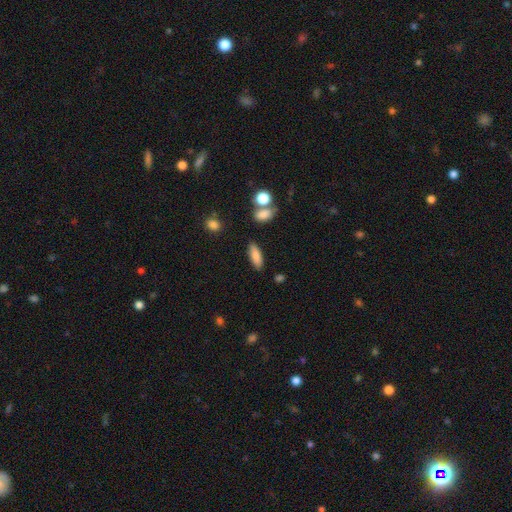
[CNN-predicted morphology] The model was most divided on "how rounded": in between: 63%, cigar-shaped: 34%, round: 3%. More confident: smooth or featured — smooth (84%); merging — none (82%).